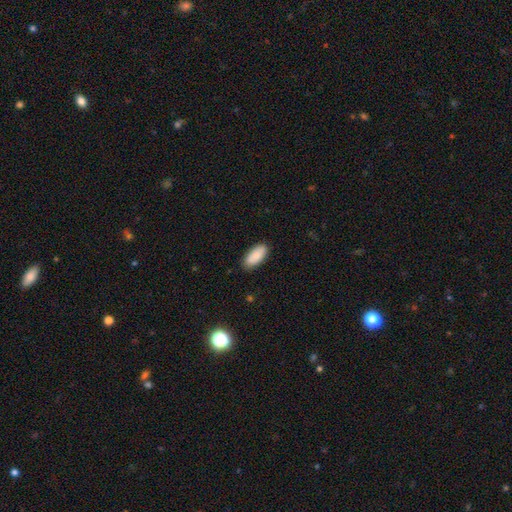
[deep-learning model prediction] smooth-or-featured: smooth: 88% | featured or disk: 6% | star or artifact: 6%
  how-rounded: in between: 89% | cigar-shaped: 9% | round: 2%
  merging: none: 86% | minor disturbance: 10% | major disturbance: 2% | merger: 1%